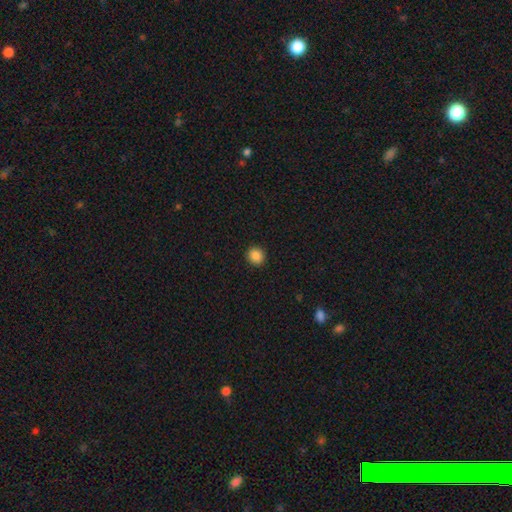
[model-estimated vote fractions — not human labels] Q: Smooth or featured?
A: smooth (87%); runner-up: star or artifact (10%)
Q: How rounded?
A: round (90%); runner-up: in between (9%)
Q: Merging?
A: none (93%); runner-up: minor disturbance (5%)